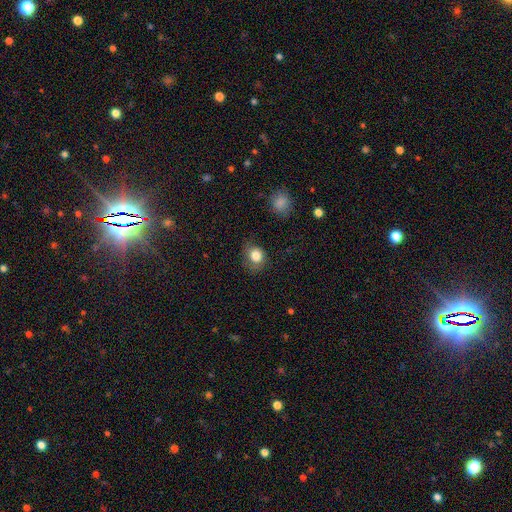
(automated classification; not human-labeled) smooth-or-featured: smooth: 81% | star or artifact: 10% | featured or disk: 9%
  how-rounded: round: 66% | in between: 33% | cigar-shaped: 1%
  merging: none: 61% | minor disturbance: 26% | major disturbance: 11% | merger: 2%